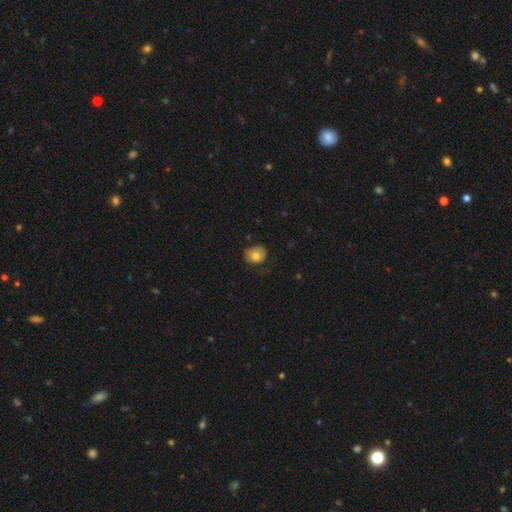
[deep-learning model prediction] Smooth or featured? smooth (75%)
How rounded? round (64%)
Merging? none (55%)